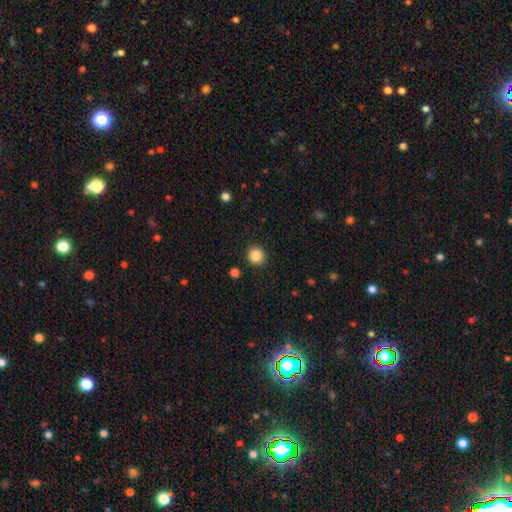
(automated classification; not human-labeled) A smooth galaxy with no disk features (86%) that is round (92%).

Vote fractions:
- Smooth or featured? smooth: 86% / star or artifact: 10% / featured or disk: 4%
- How rounded? round: 92% / in between: 7% / cigar-shaped: 1%
- Merging? none: 91% / minor disturbance: 5% / major disturbance: 2% / merger: 1%